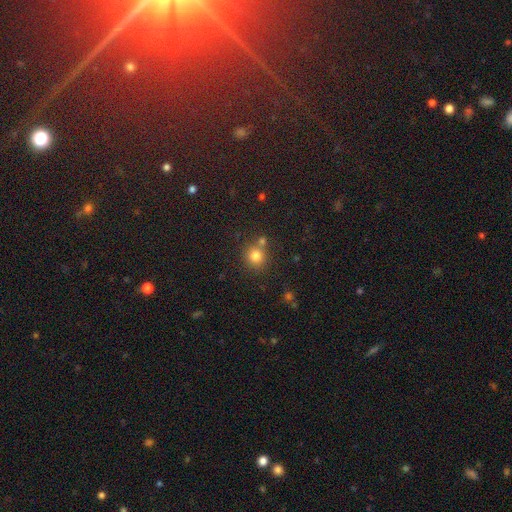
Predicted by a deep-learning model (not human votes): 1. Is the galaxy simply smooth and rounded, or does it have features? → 80% smooth, 13% star or artifact, 7% featured or disk.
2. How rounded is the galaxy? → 90% round, 9% in between, 1% cigar-shaped.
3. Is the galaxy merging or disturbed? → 69% none, 20% merger, 9% minor disturbance, 3% major disturbance.